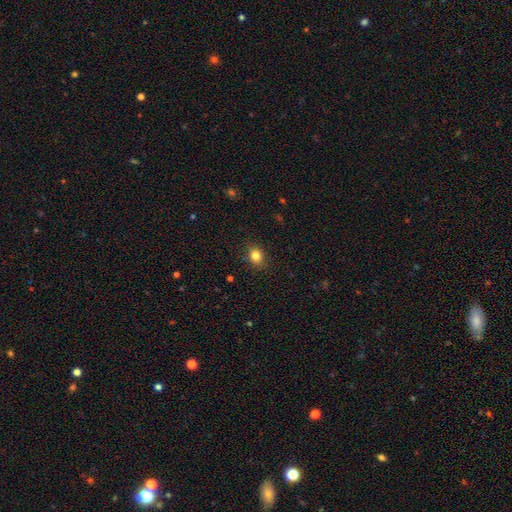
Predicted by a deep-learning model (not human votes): This is clearly a smooth galaxy (84%). How rounded: possibly round (51%). Merging: clearly none (88%).